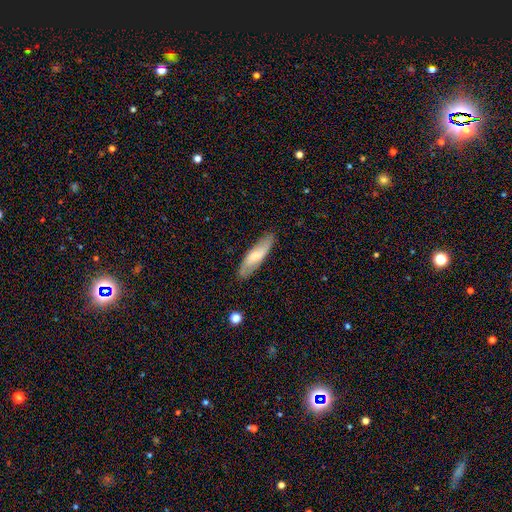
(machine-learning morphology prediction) A smooth galaxy with no disk features (57%) that is cigar-shaped (62%). Merging: none (84%).